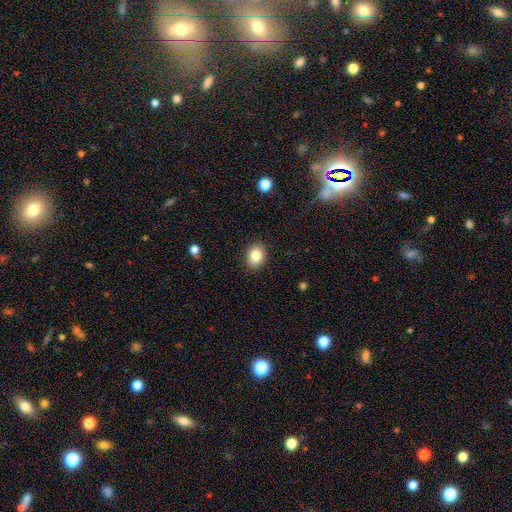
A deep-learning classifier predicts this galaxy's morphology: Smooth or featured? Predicted: smooth (p=0.85). How rounded? Predicted: in between (p=0.55). Merging? Predicted: none (p=0.89).